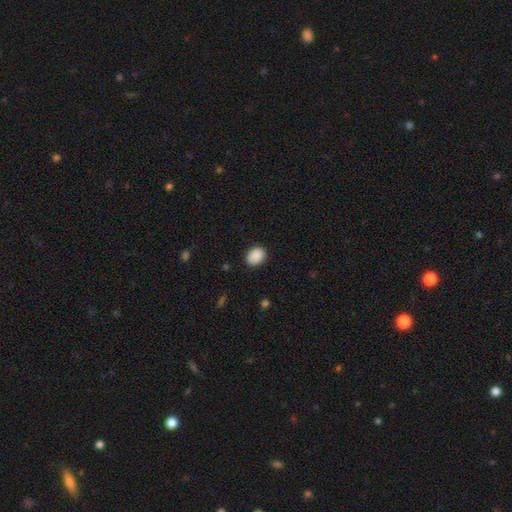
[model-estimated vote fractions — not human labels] Smooth or featured?
  - smooth: 90% *
  - star or artifact: 8%
  - featured or disk: 3%
How rounded?
  - in between: 60% *
  - round: 39%
  - cigar-shaped: 1%
Merging?
  - none: 87% *
  - minor disturbance: 10%
  - major disturbance: 3%
  - merger: 1%